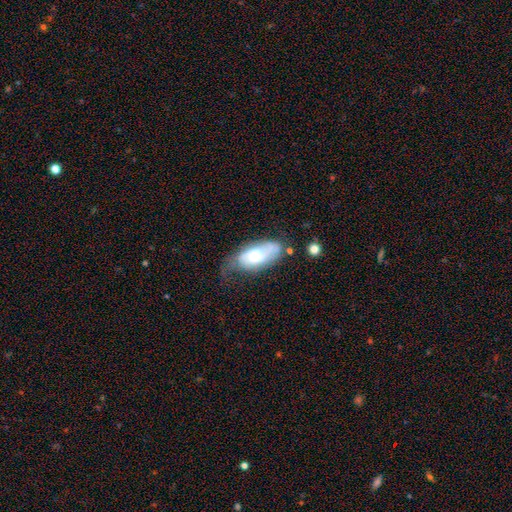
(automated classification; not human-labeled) A smooth galaxy with no disk features (53%) that is in between round and cigar-shaped (86%).

Vote fractions:
- Smooth or featured? smooth: 53% / featured or disk: 40% / star or artifact: 7%
- How rounded? in between: 86% / cigar-shaped: 12% / round: 2%
- Merging? minor disturbance: 36% / none: 32% / major disturbance: 25% / merger: 6%